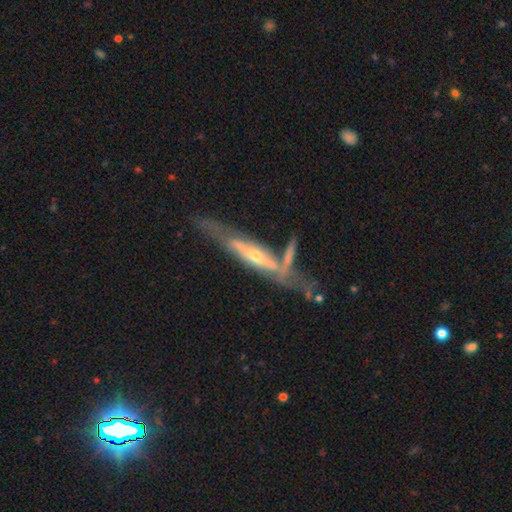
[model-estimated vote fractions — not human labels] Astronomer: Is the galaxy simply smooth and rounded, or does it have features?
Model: featured or disk — 79%.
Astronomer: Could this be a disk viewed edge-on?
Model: yes — 61% (runner-up: no, 39%).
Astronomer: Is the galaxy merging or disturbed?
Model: none — 46% (runner-up: minor disturbance, 22%).